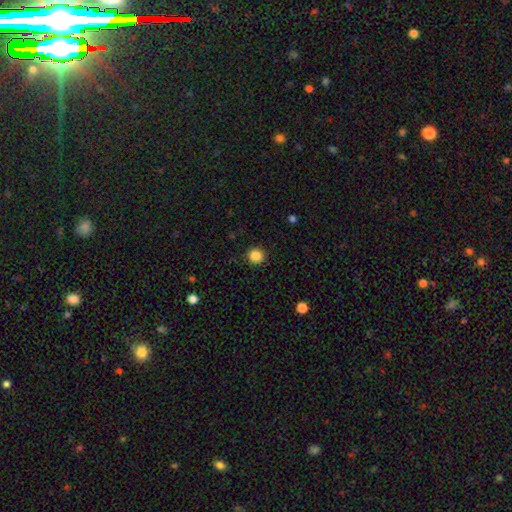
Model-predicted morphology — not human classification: smooth_or_featured: smooth (p=0.86) [alt: star or artifact p=0.11]
how_rounded: round (p=0.94) [alt: in between p=0.05]
merging: none (p=0.92) [alt: minor disturbance p=0.05]